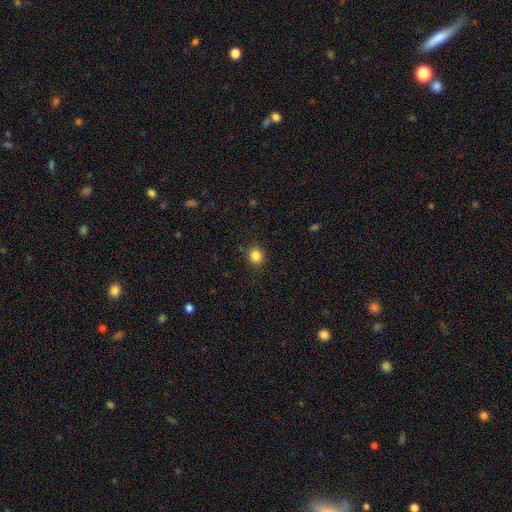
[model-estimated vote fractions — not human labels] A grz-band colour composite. It shows a smooth galaxy with no disk features (85%) that is round (86%). Merging: none (88%).